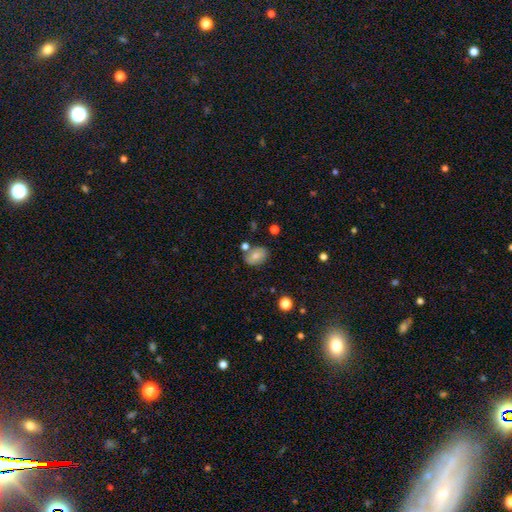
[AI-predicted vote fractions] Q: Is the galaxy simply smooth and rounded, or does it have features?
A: smooth — 72%.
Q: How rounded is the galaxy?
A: in between — 75%.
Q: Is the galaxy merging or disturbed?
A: none — 70%.